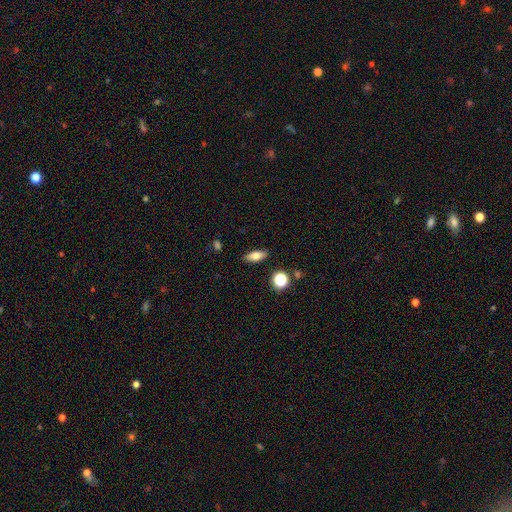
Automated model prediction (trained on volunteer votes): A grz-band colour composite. It shows a smooth galaxy with no disk features (75%) that is in between round and cigar-shaped (74%). Merging: none (87%).